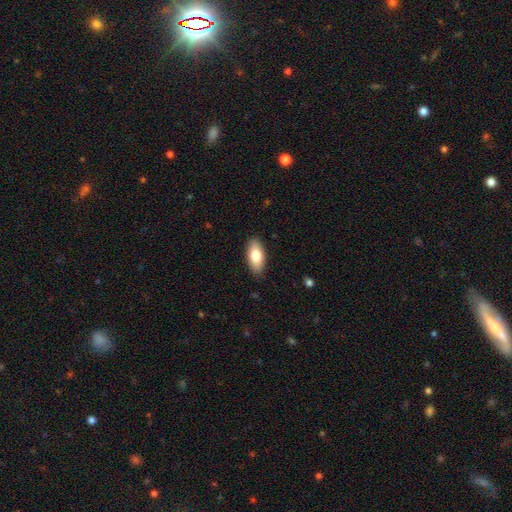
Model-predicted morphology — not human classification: The model was most divided on "smooth or featured": smooth: 79%, featured or disk: 14%, star or artifact: 6%. More confident: merging — none (88%); how rounded — in between (87%).